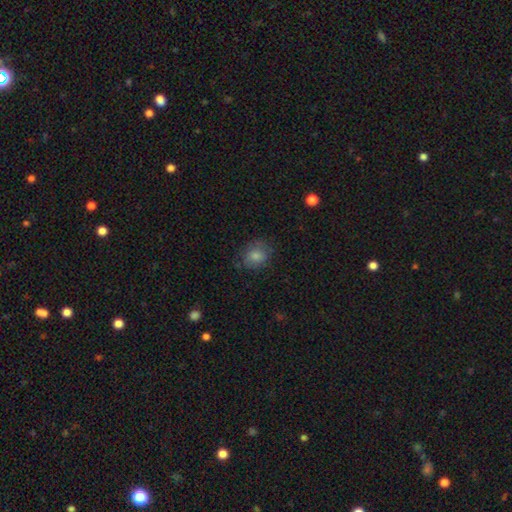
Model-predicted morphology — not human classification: Smooth or featured? smooth (71%)
How rounded? round (56%)
Merging? none (76%)